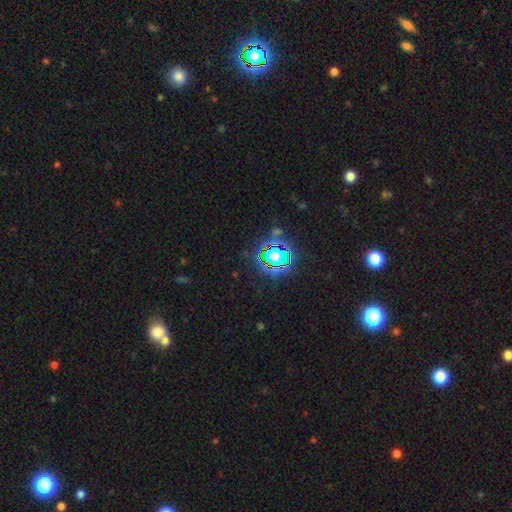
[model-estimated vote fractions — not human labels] A star or artifact, not a galaxy (76%).

Vote fractions:
- Smooth or featured? star or artifact: 76% / smooth: 16% / featured or disk: 8%